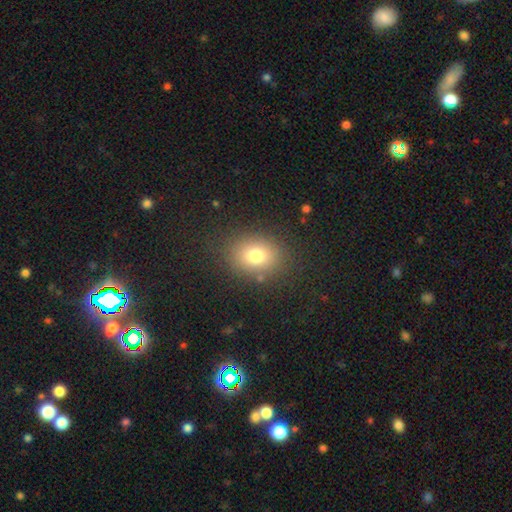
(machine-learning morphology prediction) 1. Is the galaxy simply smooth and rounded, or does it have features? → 75% smooth, 14% star or artifact, 11% featured or disk.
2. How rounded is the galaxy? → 51% in between, 48% round, 1% cigar-shaped.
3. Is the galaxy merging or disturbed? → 83% none, 10% minor disturbance, 5% major disturbance, 2% merger.